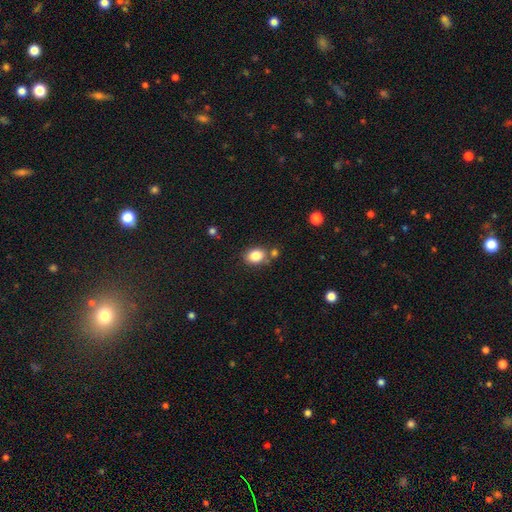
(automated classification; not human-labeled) smooth_or_featured: smooth (p=0.84) [alt: star or artifact p=0.09]
how_rounded: in between (p=0.56) [alt: round p=0.43]
merging: none (p=0.69) [alt: merger p=0.14]